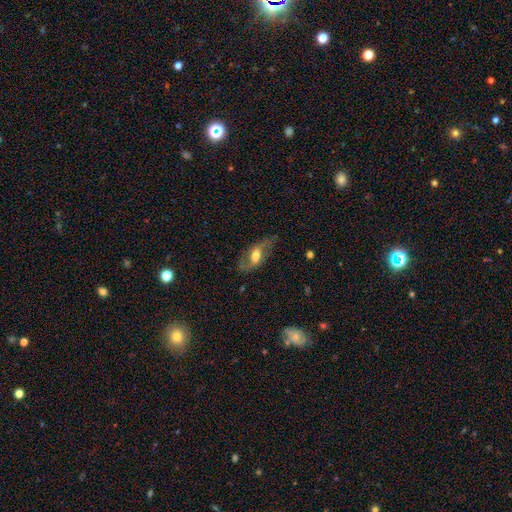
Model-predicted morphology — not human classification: type=featured or disk (62%); edge-on=no (85%); bar=weak (40%); spiral arms=yes (74%); bulge=moderate (63%); merging=none (67%).